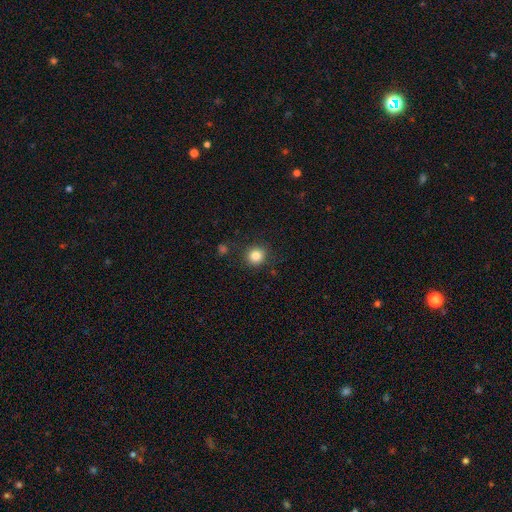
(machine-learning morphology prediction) Smooth or featured: smooth — 84% (star or artifact — 11%)
How rounded: round — 88% (in between — 11%)
Merging: none — 87% (minor disturbance — 8%)